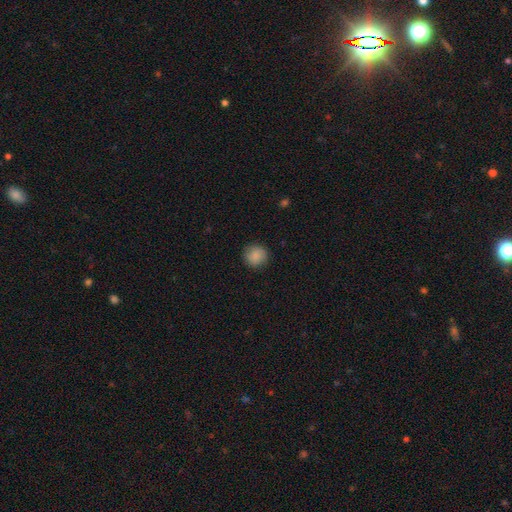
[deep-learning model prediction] Overall: smooth (86%). How rounded: round (94%). Merging: none (89%).